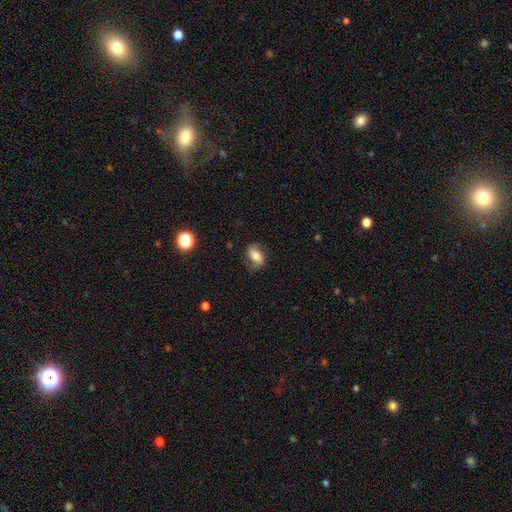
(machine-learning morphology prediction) Smooth or featured? smooth (52%)
How rounded? in between (79%)
Merging? none (66%)